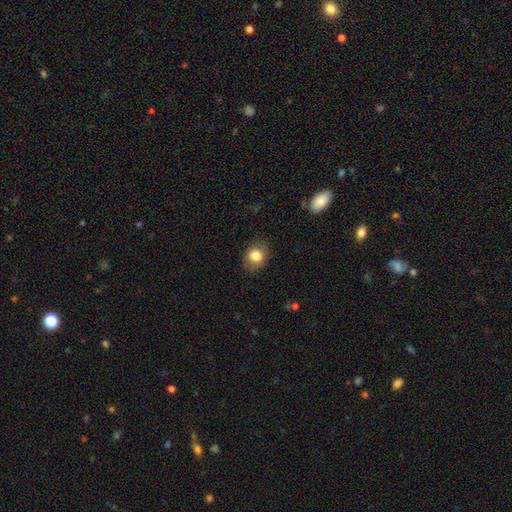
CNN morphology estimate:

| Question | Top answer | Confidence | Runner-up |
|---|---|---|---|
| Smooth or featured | smooth | 83% | star or artifact (10%) |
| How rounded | round | 68% | in between (31%) |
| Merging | none | 83% | minor disturbance (13%) |